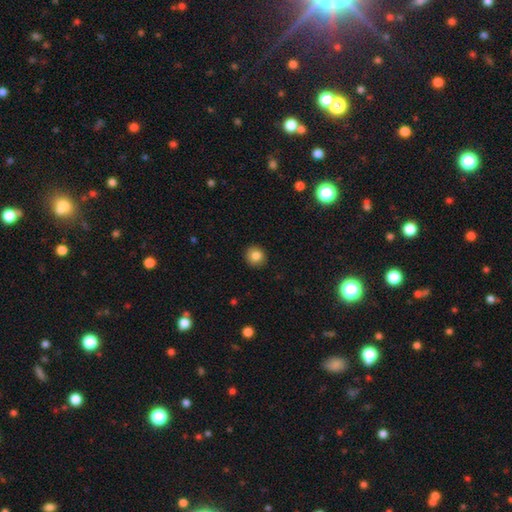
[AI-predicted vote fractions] A smooth galaxy with no disk features (84%) that is round (90%). Merging: none (92%).